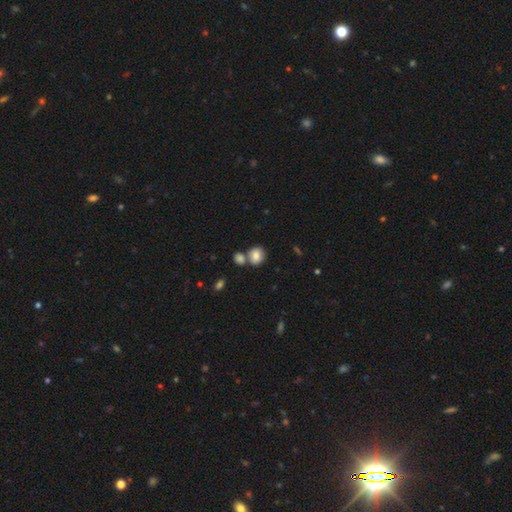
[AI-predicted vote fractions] Q: Smooth or featured?
A: smooth (81%); runner-up: featured or disk (10%)
Q: How rounded?
A: round (71%); runner-up: in between (28%)
Q: Merging?
A: none (55%); runner-up: merger (31%)